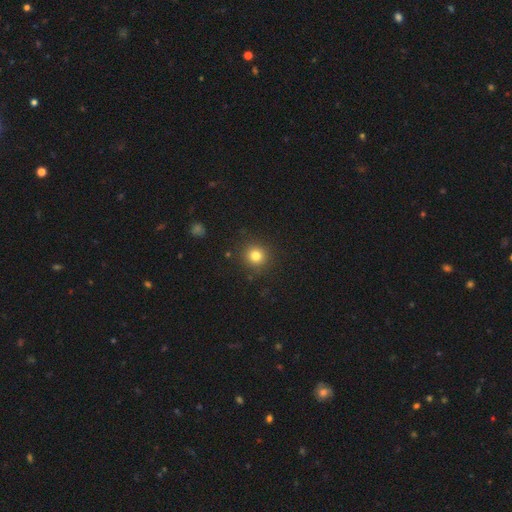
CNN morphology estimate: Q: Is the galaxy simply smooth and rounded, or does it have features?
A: smooth — 81%.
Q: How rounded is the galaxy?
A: round — 92%.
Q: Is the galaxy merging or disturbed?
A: none — 90%.